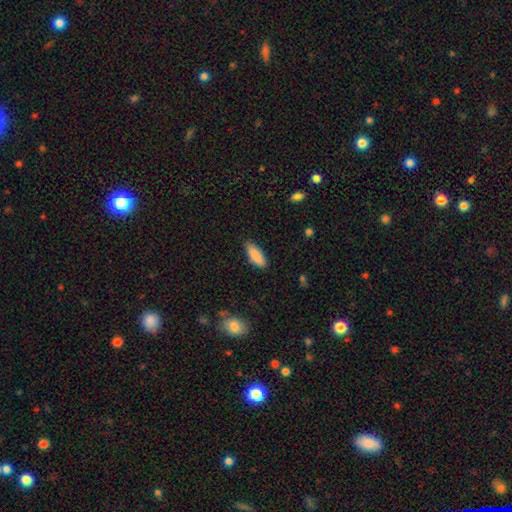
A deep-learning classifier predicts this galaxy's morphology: Smooth or featured? Predicted: smooth (p=0.87). How rounded? Predicted: in between (p=0.68). Merging? Predicted: none (p=0.84).